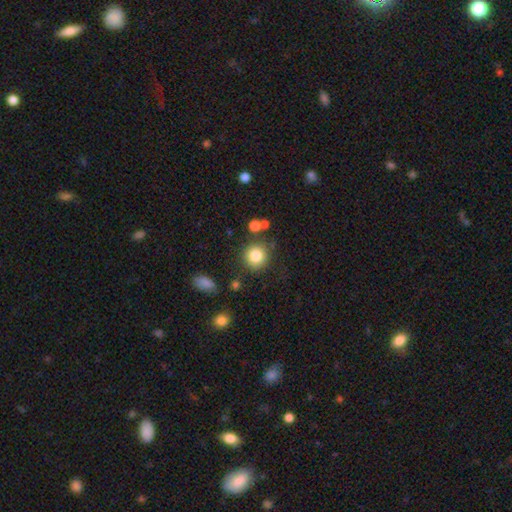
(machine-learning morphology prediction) This is clearly a smooth galaxy (84%). How rounded: clearly round (91%). Merging: clearly none (81%).